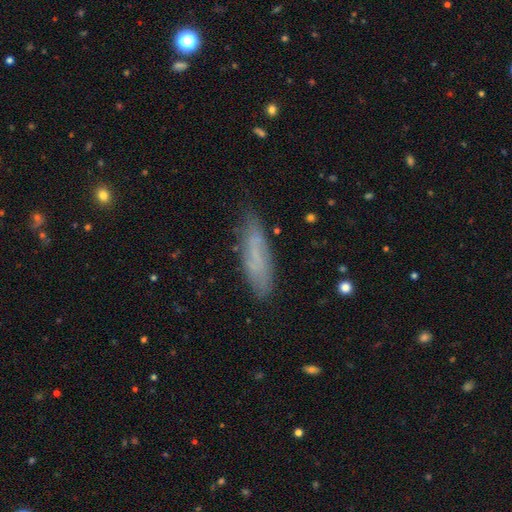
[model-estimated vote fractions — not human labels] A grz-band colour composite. It shows a smooth galaxy with no disk features (60%) that is cigar-shaped (66%). Merging: none (74%).